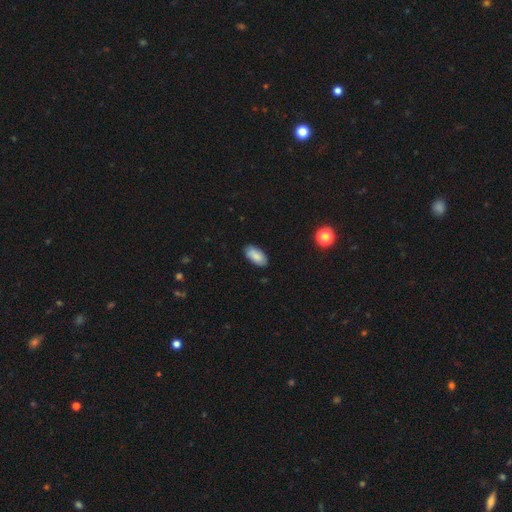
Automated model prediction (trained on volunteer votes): Q: Smooth or featured?
A: smooth (82%); runner-up: featured or disk (11%)
Q: How rounded?
A: in between (94%); runner-up: cigar-shaped (4%)
Q: Merging?
A: none (86%); runner-up: minor disturbance (11%)